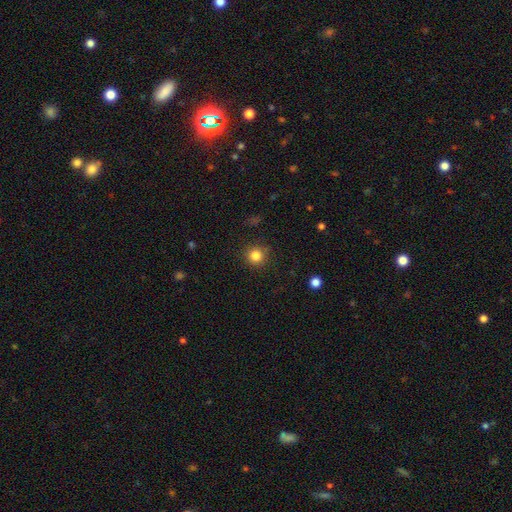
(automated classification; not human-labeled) Overall: smooth (83%). How rounded: round (94%). Merging: none (89%).